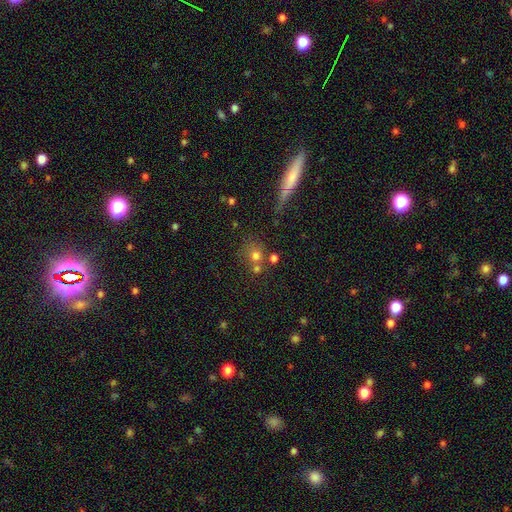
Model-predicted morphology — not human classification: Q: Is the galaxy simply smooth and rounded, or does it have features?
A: smooth — 68%.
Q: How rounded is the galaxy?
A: round — 84%.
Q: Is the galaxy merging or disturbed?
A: none — 55%.